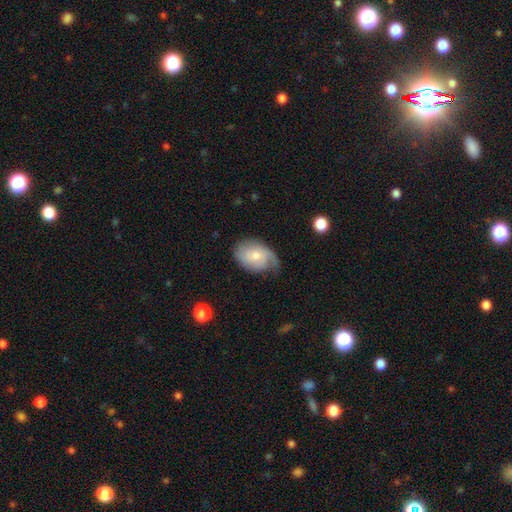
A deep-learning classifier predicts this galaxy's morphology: Overall: smooth (48%; featured or disk 45%). Merging: none (51%; minor disturbance 34%).